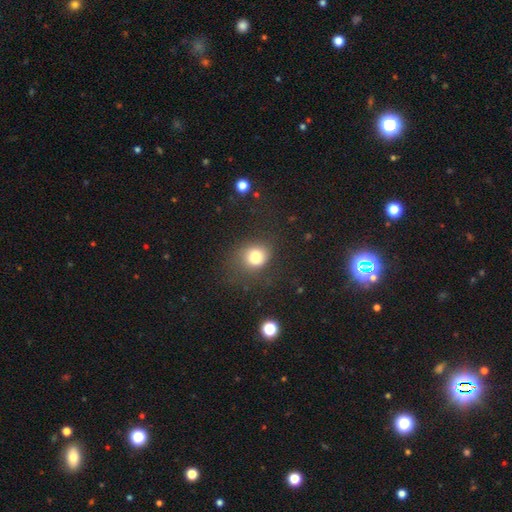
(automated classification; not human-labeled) Overall: smooth (75%). How rounded: round (65%; in between 34%). Merging: none (51%; minor disturbance 23%).